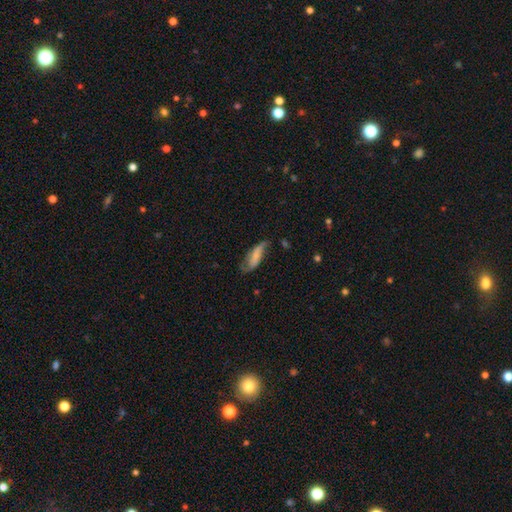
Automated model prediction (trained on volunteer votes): This appears to be a smooth galaxy with no disk features (47%). Merging: none (42%).